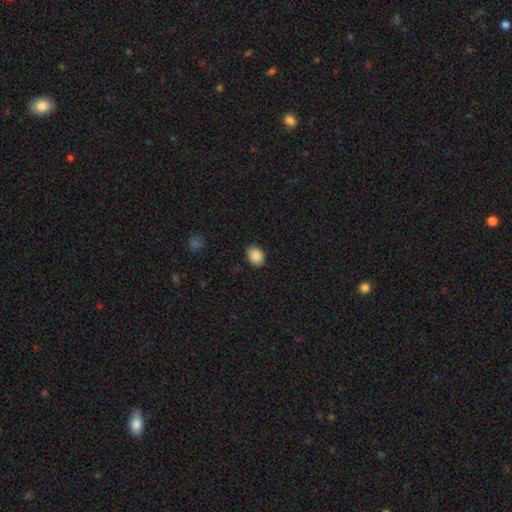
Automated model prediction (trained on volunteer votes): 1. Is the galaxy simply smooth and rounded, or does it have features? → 89% smooth, 8% star or artifact, 3% featured or disk.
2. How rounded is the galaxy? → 59% in between, 40% round, 1% cigar-shaped.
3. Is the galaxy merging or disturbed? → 87% none, 10% minor disturbance, 2% major disturbance, 1% merger.